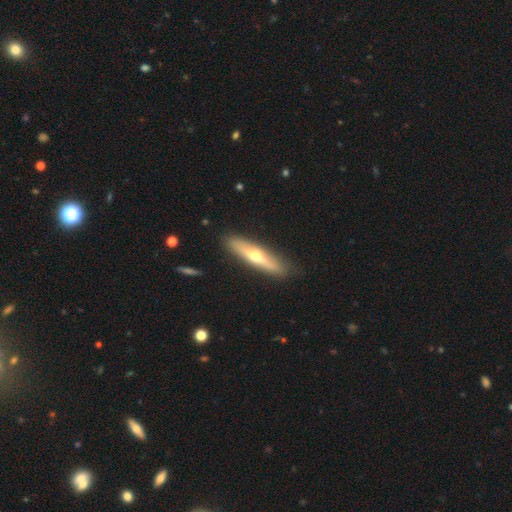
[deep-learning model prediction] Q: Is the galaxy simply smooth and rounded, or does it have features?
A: featured or disk — 51%.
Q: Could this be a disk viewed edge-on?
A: yes — 82%.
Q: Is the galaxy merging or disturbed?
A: none — 86%.